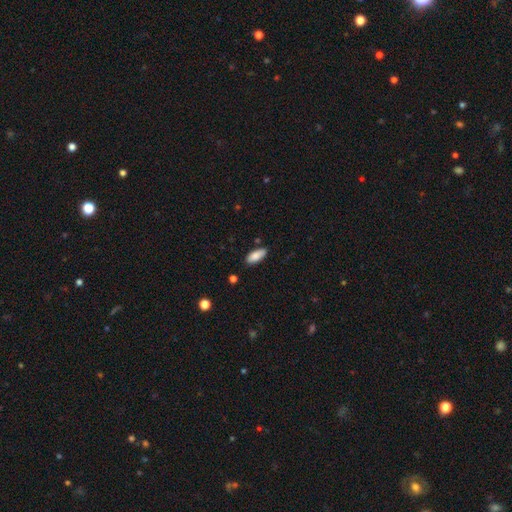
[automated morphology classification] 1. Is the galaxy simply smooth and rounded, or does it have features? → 85% smooth, 8% featured or disk, 7% star or artifact.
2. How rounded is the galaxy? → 86% in between, 12% cigar-shaped, 2% round.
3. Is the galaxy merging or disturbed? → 82% none, 13% minor disturbance, 2% merger, 2% major disturbance.